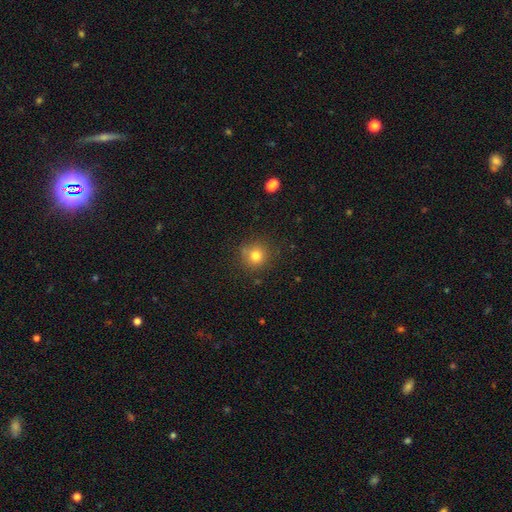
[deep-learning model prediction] Smooth or featured? smooth (79%)
How rounded? round (93%)
Merging? none (84%)